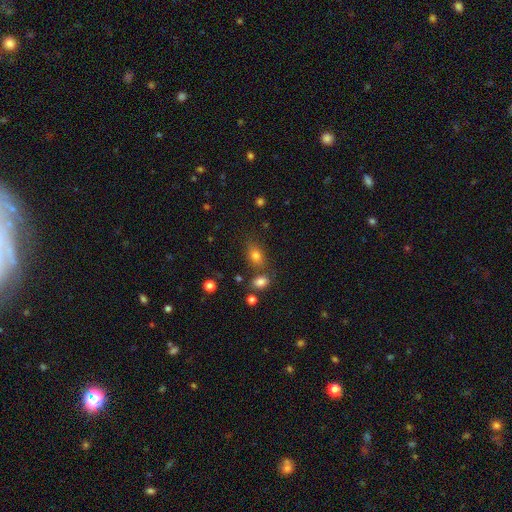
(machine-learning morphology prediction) The model was most divided on "merging": none: 67%, minor disturbance: 15%, merger: 13%, major disturbance: 5%. More confident: smooth or featured — smooth (78%); how rounded — in between (77%).